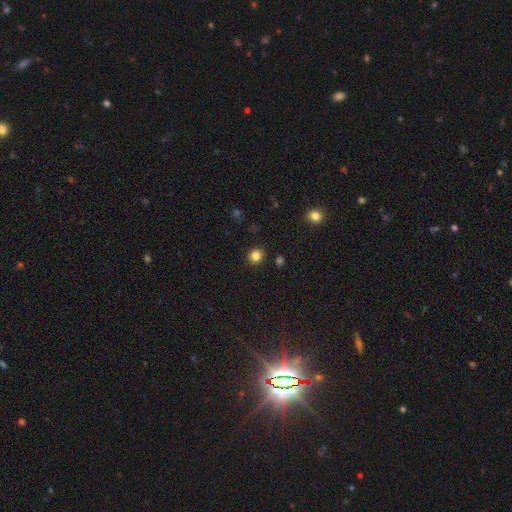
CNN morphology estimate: Smooth or featured? Predicted: smooth (p=0.83). How rounded? Predicted: round (p=0.86). Merging? Predicted: none (p=0.90).